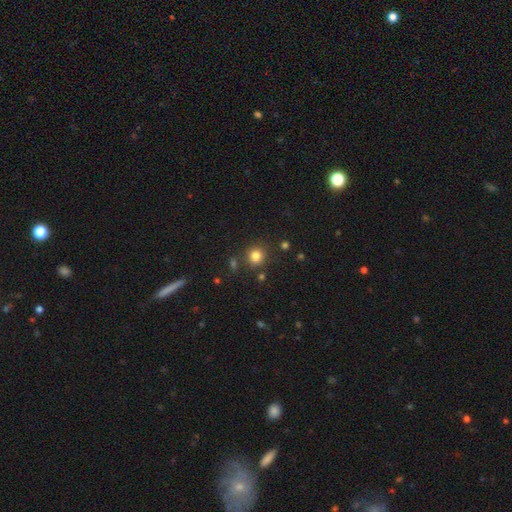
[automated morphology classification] type=smooth (81%); roundness=round (86%); merging=none (82%).